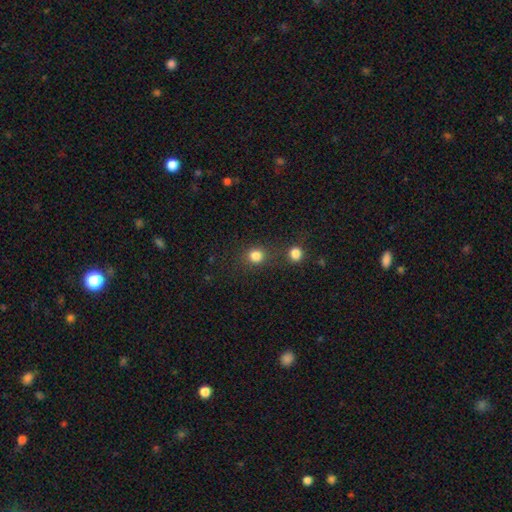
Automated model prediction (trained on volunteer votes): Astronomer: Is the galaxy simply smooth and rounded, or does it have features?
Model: smooth — 82%.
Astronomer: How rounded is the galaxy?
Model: round — 87%.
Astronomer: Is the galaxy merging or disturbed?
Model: none — 75%.